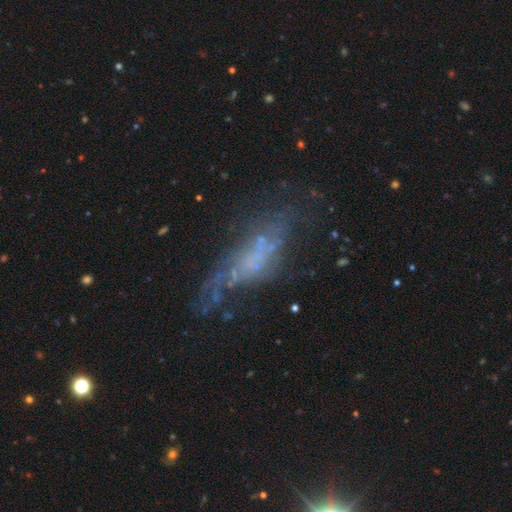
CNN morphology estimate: smooth-or-featured: featured or disk: 56% | smooth: 27% | star or artifact: 17%
  disk-edge-on: no: 78% | yes: 22%
  merging: none: 43% | major disturbance: 29% | minor disturbance: 22% | merger: 6%